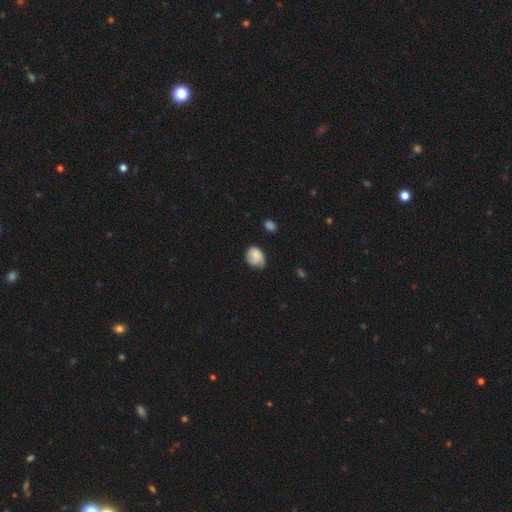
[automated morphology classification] A smooth galaxy with no disk features (78%) that is in between round and cigar-shaped (50%).

Vote fractions:
- Smooth or featured? smooth: 78% / featured or disk: 15% / star or artifact: 8%
- How rounded? in between: 50% / round: 49% / cigar-shaped: 1%
- Merging? none: 49% / minor disturbance: 39% / major disturbance: 10% / merger: 2%